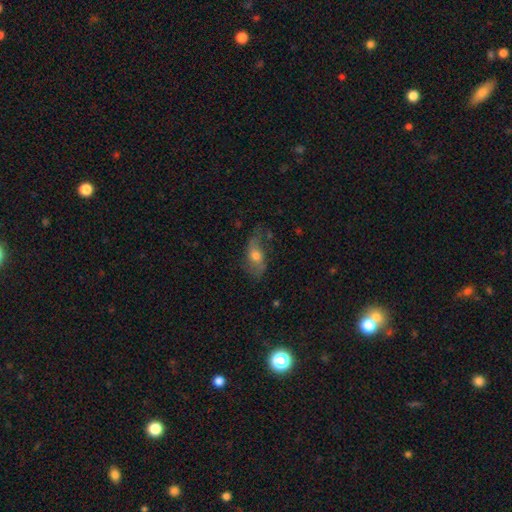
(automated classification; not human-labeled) This is possibly a featured or disk galaxy (48%). Merging: likely none (61%).